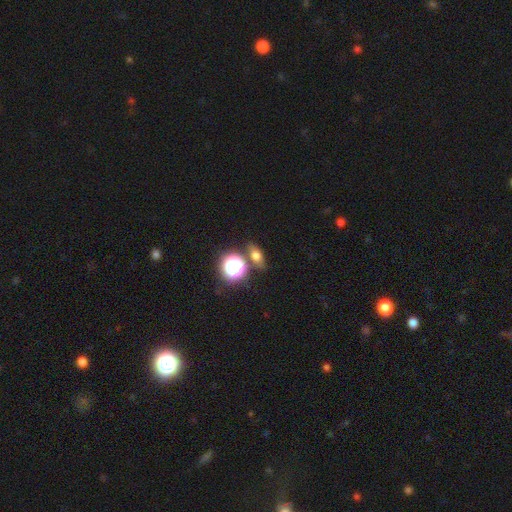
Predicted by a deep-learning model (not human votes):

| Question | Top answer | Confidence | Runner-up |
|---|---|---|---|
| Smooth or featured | smooth | 60% | star or artifact (25%) |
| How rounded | in between | 60% | round (33%) |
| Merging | none | 72% | minor disturbance (12%) |